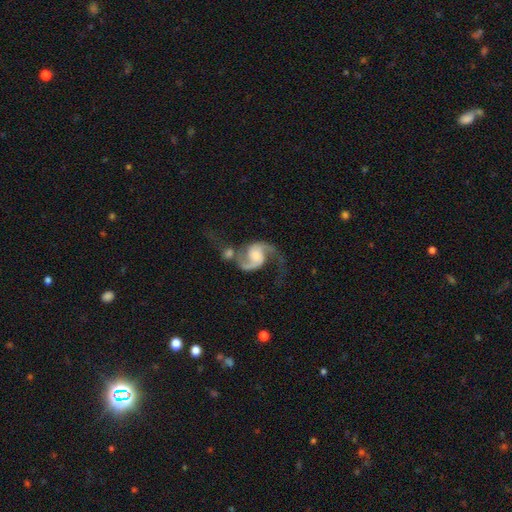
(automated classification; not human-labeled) A featured or disk galaxy (89%) with no bar (56%), 2 (92%) loose (56%) spiral arms (97%) and a moderate central bulge (33%). Merging: none (40%).